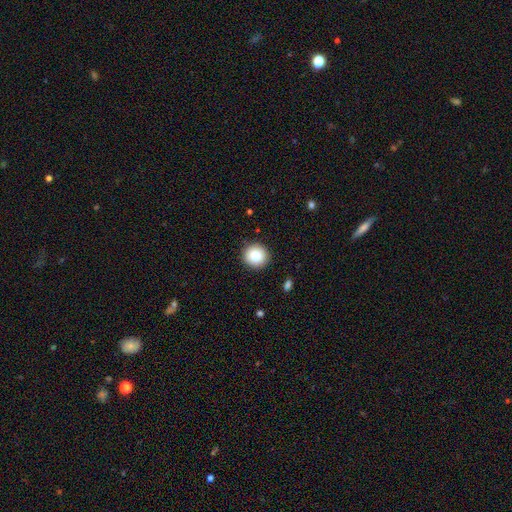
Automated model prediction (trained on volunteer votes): Overall: smooth (80%). How rounded: round (95%). Merging: none (92%).